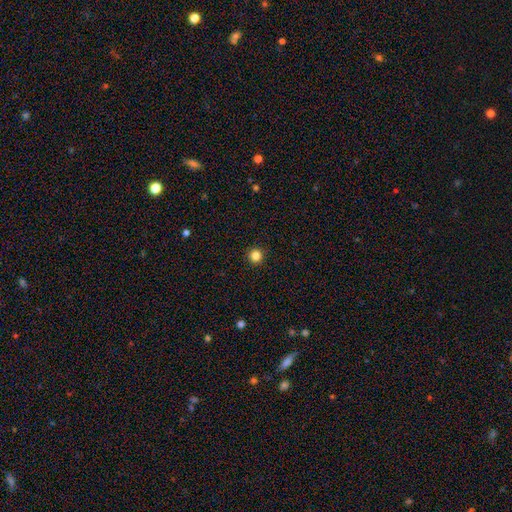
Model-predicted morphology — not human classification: Smooth or featured? Predicted: smooth (p=0.84). How rounded? Predicted: round (p=0.95). Merging? Predicted: none (p=0.93).